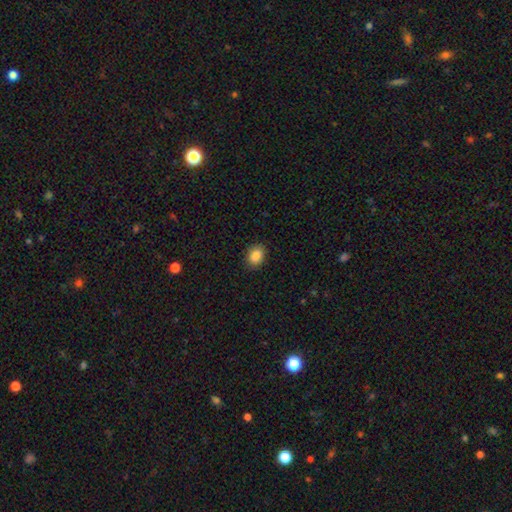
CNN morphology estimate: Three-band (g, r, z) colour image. It shows a smooth galaxy with no disk features (87%) that is in between round and cigar-shaped (62%). Merging: none (89%).